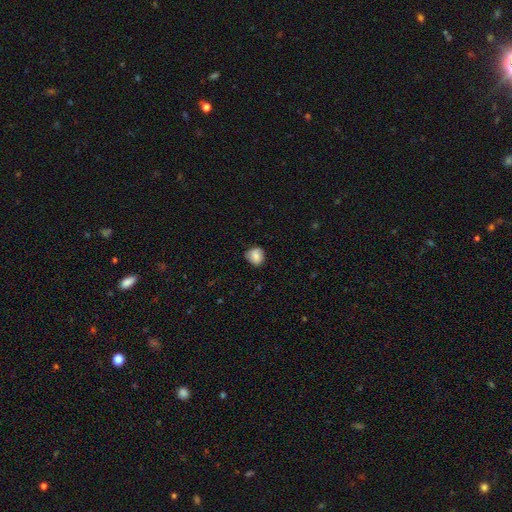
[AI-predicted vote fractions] smooth 82%, featured or disk 10%, star or artifact 9%. Down the decision tree: how rounded — round (78%); merging — none (76%).